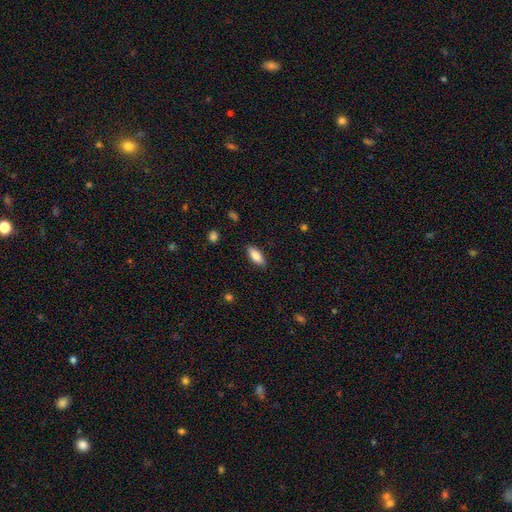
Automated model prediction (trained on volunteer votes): This appears to be a smooth galaxy with no disk features (83%) that is in between round and cigar-shaped (78%). Merging: none (88%).